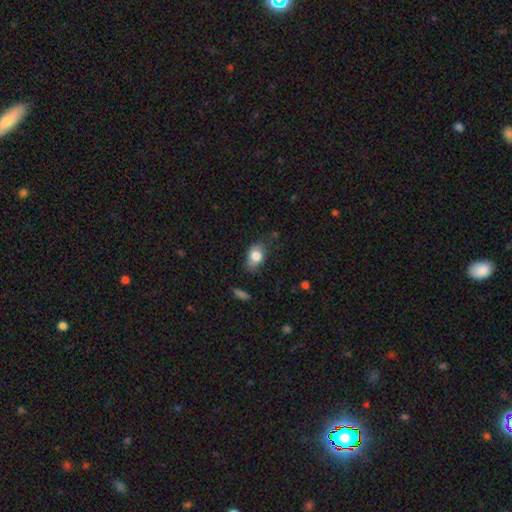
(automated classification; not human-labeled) A smooth galaxy with no disk features (80%) that is in between round and cigar-shaped (76%).

Vote fractions:
- Smooth or featured? smooth: 80% / featured or disk: 12% / star or artifact: 8%
- How rounded? in between: 76% / round: 22% / cigar-shaped: 2%
- Merging? none: 67% / minor disturbance: 25% / major disturbance: 6% / merger: 2%